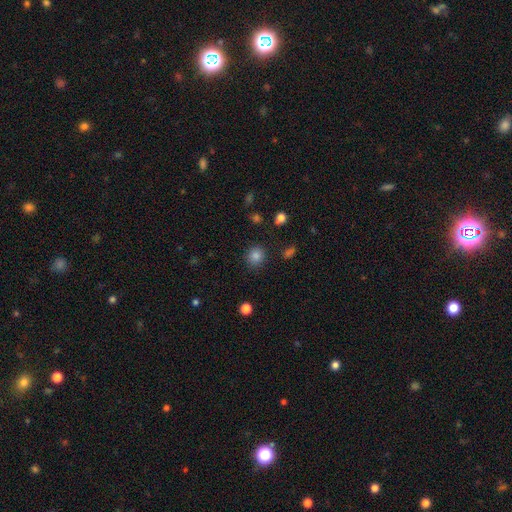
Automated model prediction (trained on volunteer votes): Smooth or featured: smooth — 84% (star or artifact — 12%)
How rounded: round — 85% (in between — 14%)
Merging: none — 87% (minor disturbance — 8%)